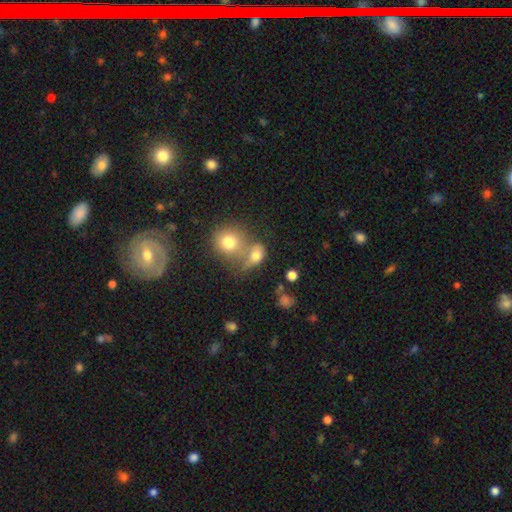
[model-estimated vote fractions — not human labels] Smooth or featured? smooth (73%)
How rounded? in between (57%)
Merging? merger (54%)